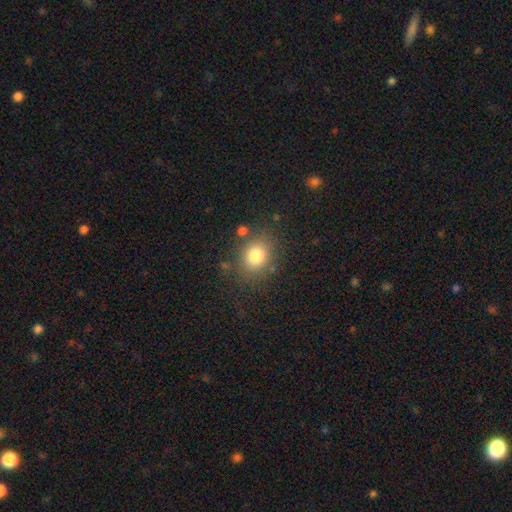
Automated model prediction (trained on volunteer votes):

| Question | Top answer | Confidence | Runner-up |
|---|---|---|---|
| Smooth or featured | smooth | 80% | star or artifact (11%) |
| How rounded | round | 55% | in between (44%) |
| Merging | none | 79% | minor disturbance (12%) |